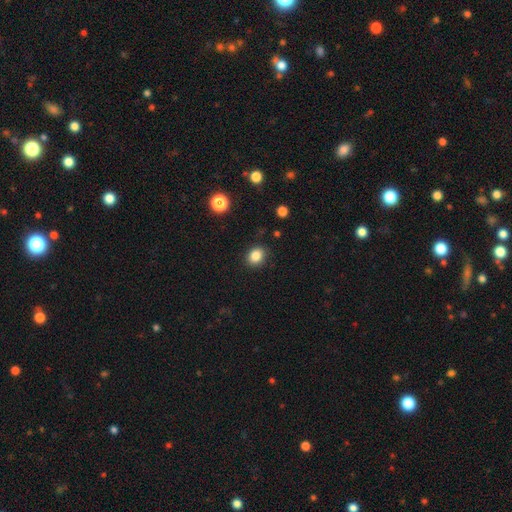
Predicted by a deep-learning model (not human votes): This appears to be a smooth galaxy with no disk features (85%) that is round (56%). Merging: none (87%).